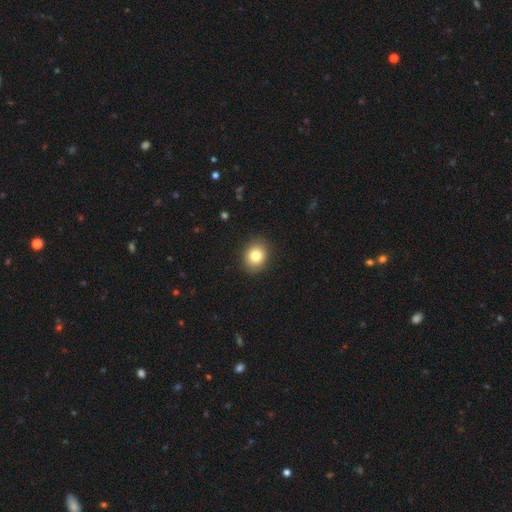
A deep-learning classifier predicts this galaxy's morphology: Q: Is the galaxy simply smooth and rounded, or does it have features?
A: smooth — 82%.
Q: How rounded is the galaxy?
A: round — 63%.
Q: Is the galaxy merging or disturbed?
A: none — 89%.